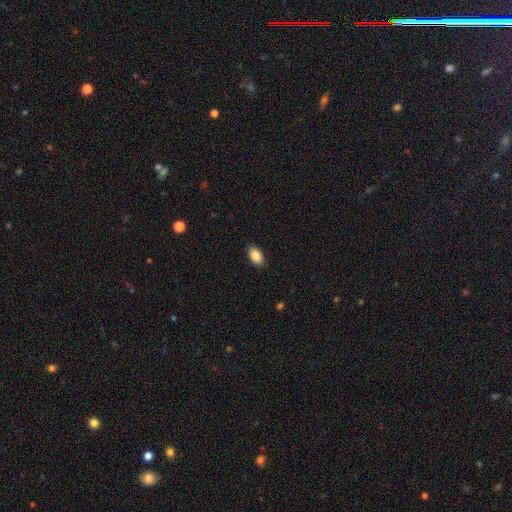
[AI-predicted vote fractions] A smooth galaxy with no disk features (88%) that is in between round and cigar-shaped (93%). Merging: none (88%).